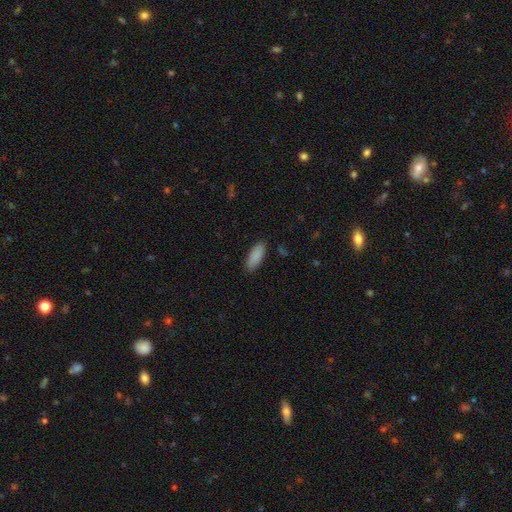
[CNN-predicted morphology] Smooth or featured? smooth (89%)
How rounded? in between (73%)
Merging? none (88%)